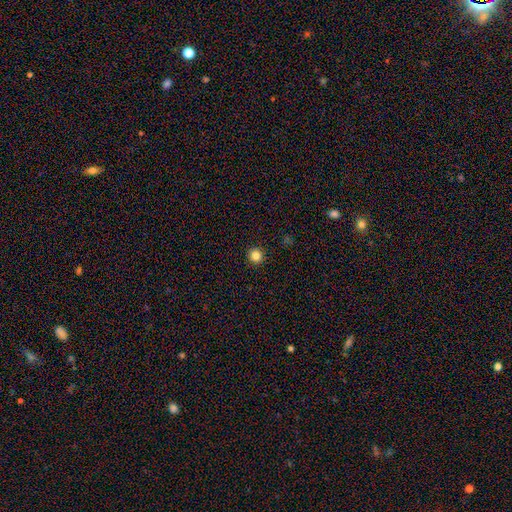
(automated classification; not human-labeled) smooth 85%, star or artifact 12%, featured or disk 4%. Down the decision tree: how rounded — round (96%); merging — none (94%).